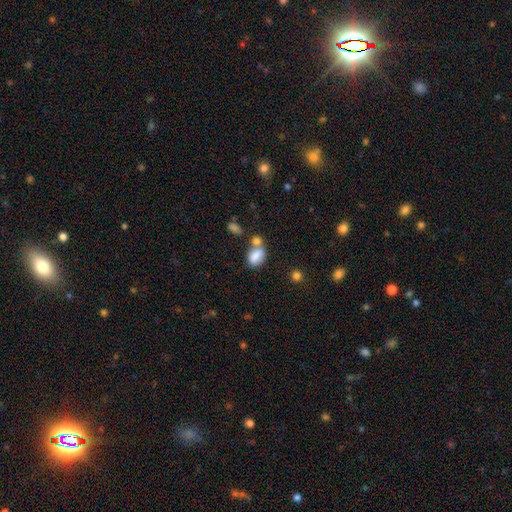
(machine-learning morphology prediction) Smooth or featured? smooth (81%)
How rounded? in between (83%)
Merging? merger (43%)